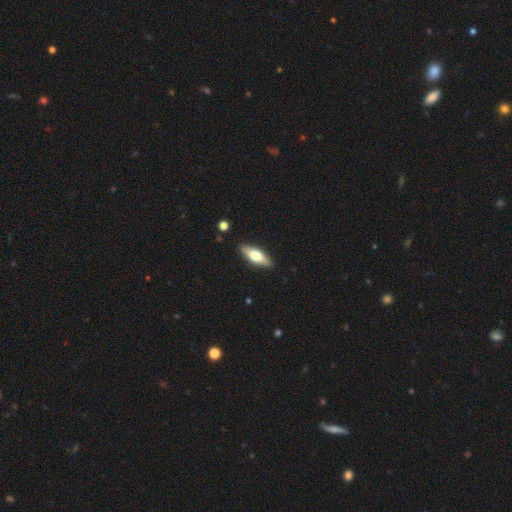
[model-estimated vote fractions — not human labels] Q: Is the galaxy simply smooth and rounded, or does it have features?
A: smooth — 60%.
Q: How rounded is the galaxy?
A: in between — 65%.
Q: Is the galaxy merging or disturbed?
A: none — 88%.